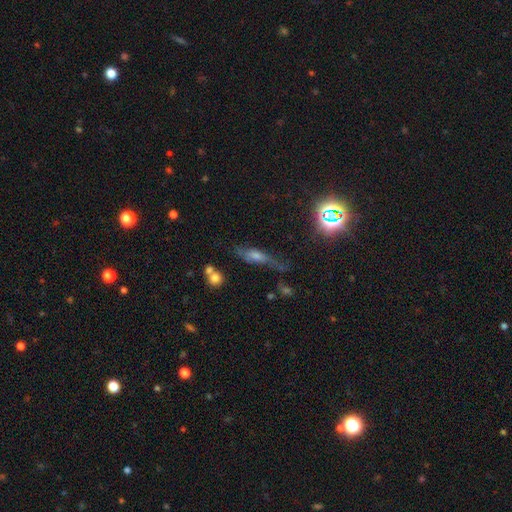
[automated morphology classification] This appears to be a featured or disk galaxy (41%). Merging: none (50%).